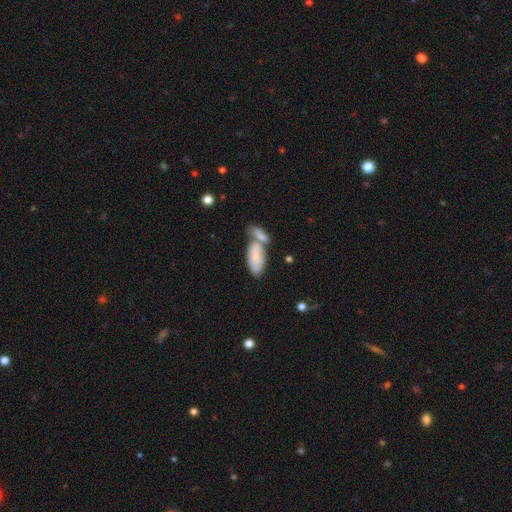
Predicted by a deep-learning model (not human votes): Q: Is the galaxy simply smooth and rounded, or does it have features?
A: smooth — 71%.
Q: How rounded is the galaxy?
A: in between — 86%.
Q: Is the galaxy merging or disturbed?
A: merger — 53%.